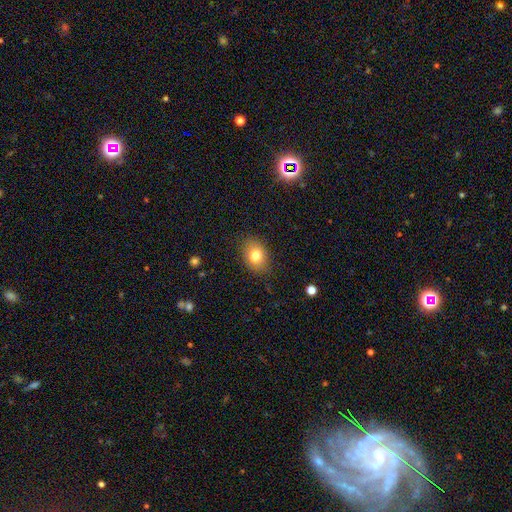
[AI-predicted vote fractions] This is likely a smooth galaxy (80%). How rounded: likely in between (66%). Merging: clearly none (83%).